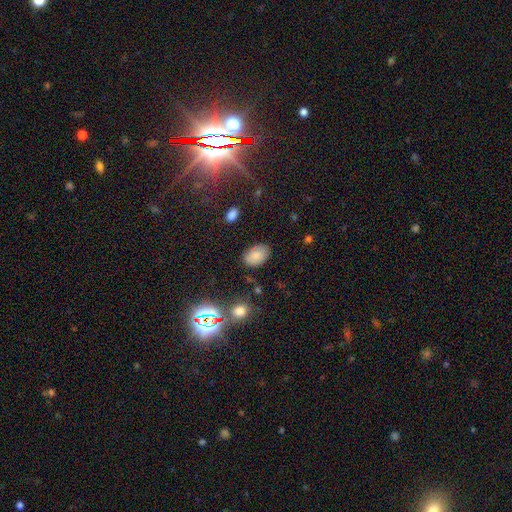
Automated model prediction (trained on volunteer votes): smooth-or-featured: smooth: 82% | star or artifact: 10% | featured or disk: 8%
  how-rounded: in between: 88% | round: 11% | cigar-shaped: 1%
  merging: none: 83% | minor disturbance: 12% | major disturbance: 3% | merger: 2%